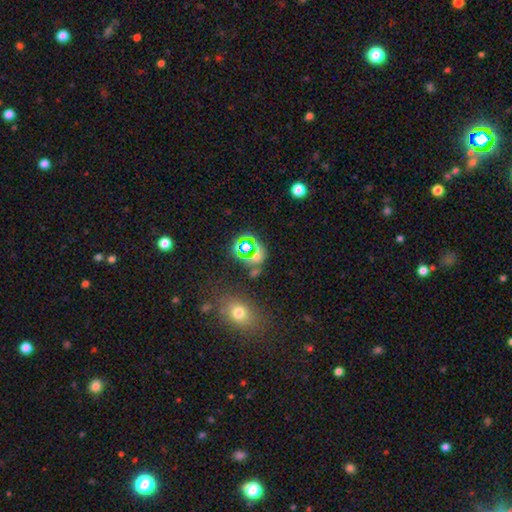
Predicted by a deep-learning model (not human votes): Smooth or featured?
  - star or artifact: 52% *
  - smooth: 38%
  - featured or disk: 10%